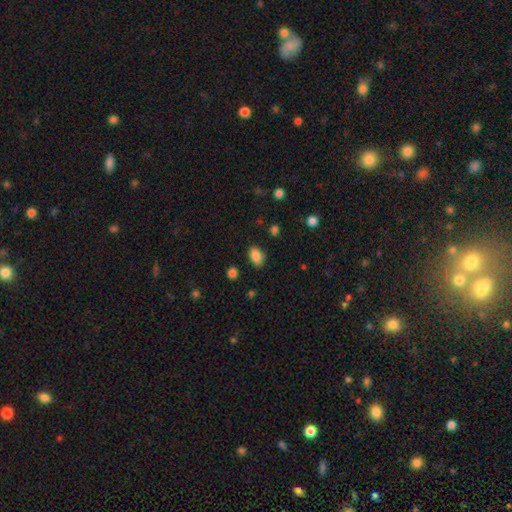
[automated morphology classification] smooth 86%, star or artifact 9%, featured or disk 5%. Down the decision tree: how rounded — in between (87%); merging — none (80%).